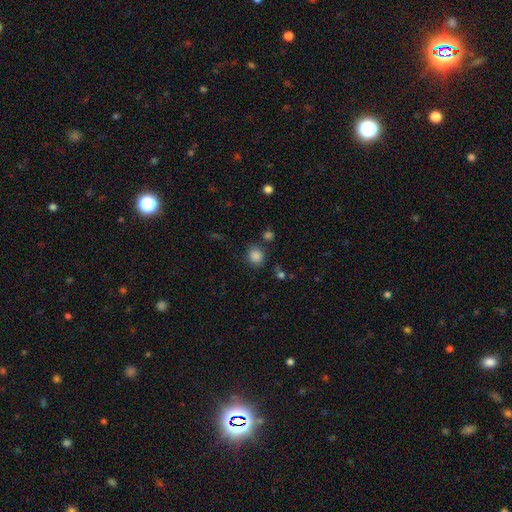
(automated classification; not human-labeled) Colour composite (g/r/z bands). It shows a smooth galaxy with no disk features (85%) that is round (80%). Merging: none (78%).